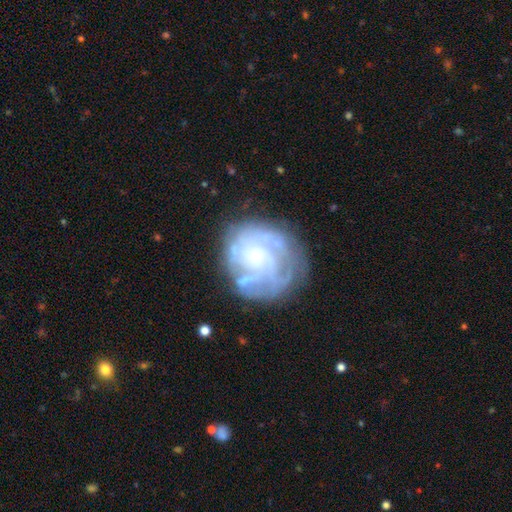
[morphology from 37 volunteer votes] Overall: featured or disk (73%). Edge-on disk: no (100%). Bar: no (67%; weak 33%). Spiral arms: yes (78%). Spiral arm count: can't tell (52%; 2 24%). Spiral winding: tight (71%). Bulge size: moderate (56%; small 30%). Merging: none (84%).